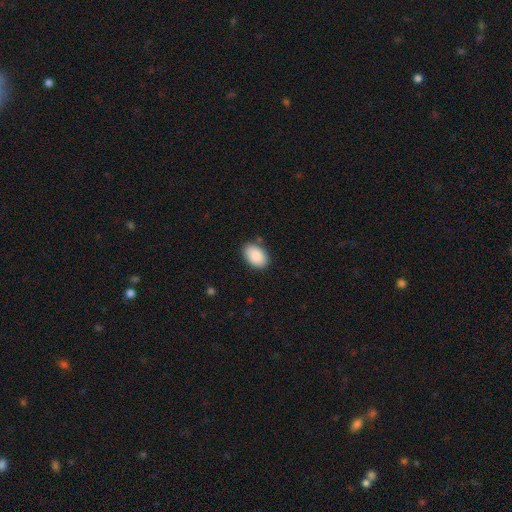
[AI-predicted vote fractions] Smooth or featured? Predicted: smooth (p=0.90). How rounded? Predicted: in between (p=0.90). Merging? Predicted: none (p=0.83).